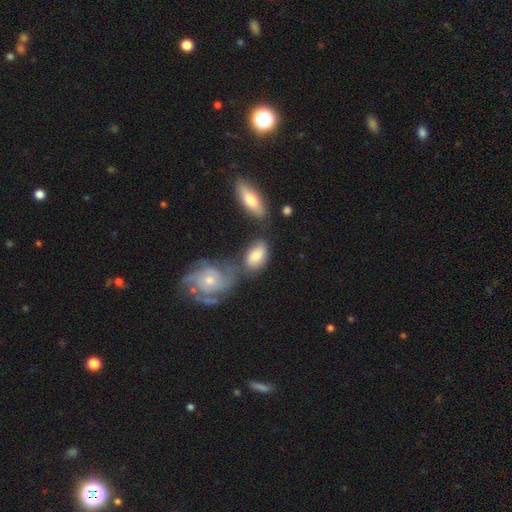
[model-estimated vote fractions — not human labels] This is likely a smooth galaxy (68%). How rounded: clearly in between (91%). Merging: possibly none (49%).